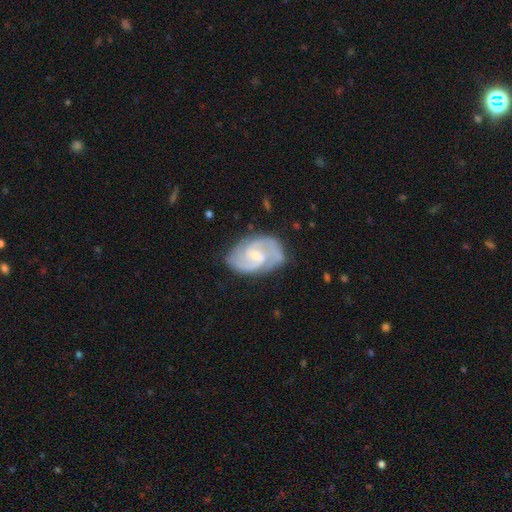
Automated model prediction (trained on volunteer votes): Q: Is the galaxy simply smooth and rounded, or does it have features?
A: featured or disk — 89%.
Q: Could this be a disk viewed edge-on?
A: no — 98%.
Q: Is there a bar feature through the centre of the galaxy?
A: weak — 57%.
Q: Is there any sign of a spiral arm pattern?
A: yes — 97%.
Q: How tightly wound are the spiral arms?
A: medium — 52%.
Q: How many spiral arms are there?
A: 2 — 81%.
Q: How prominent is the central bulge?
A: small — 64%.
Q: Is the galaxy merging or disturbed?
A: none — 73%.